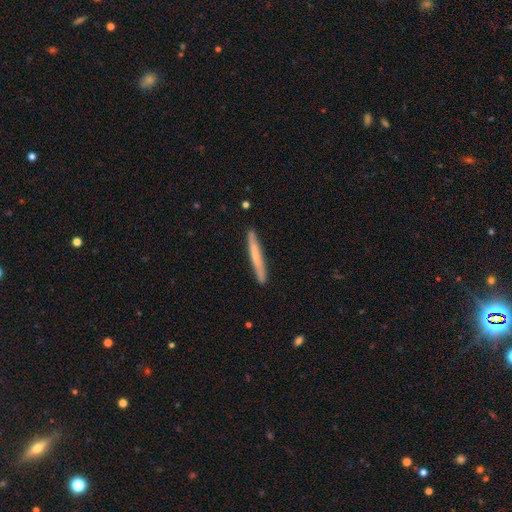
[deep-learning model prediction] smooth_or_featured: smooth (p=0.58) [alt: featured or disk p=0.36]
how_rounded: cigar-shaped (p=0.97) [alt: in between p=0.02]
merging: none (p=0.90) [alt: minor disturbance p=0.07]